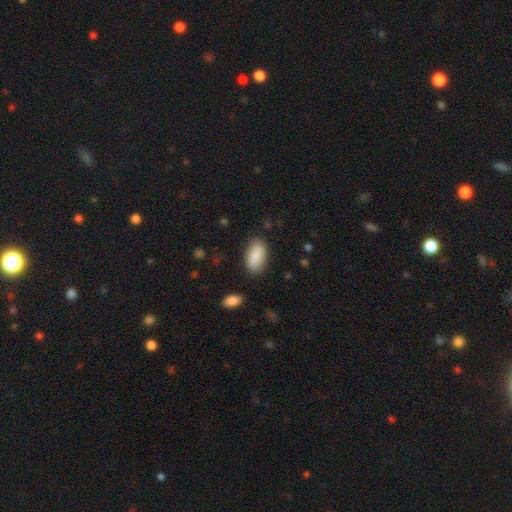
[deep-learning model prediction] smooth-or-featured: smooth: 88% | star or artifact: 6% | featured or disk: 6%
  how-rounded: in between: 92% | cigar-shaped: 5% | round: 3%
  merging: none: 82% | minor disturbance: 13% | major disturbance: 3% | merger: 2%